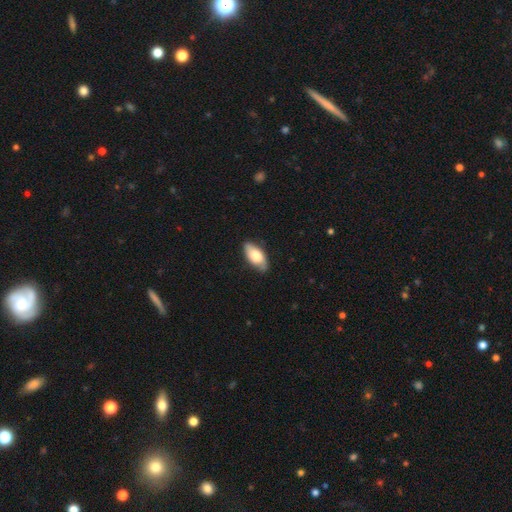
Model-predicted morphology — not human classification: The model was most divided on "smooth or featured": smooth: 71%, featured or disk: 23%, star or artifact: 6%. More confident: how rounded — in between (89%); merging — none (82%).